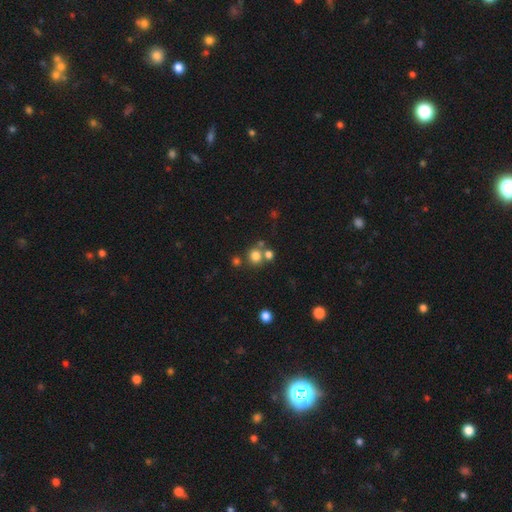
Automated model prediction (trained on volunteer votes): Overall: smooth (76%). How rounded: round (87%). Merging: none (65%).